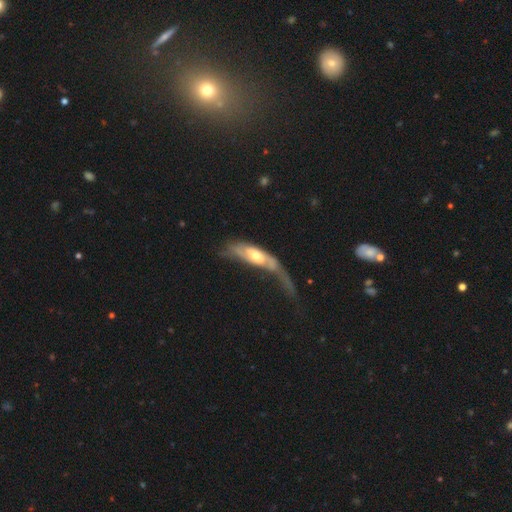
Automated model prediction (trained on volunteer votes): featured or disk 65%, smooth 29%, star or artifact 6%. Down the decision tree: edge-on disk — no (72%); merging — major disturbance (53%).